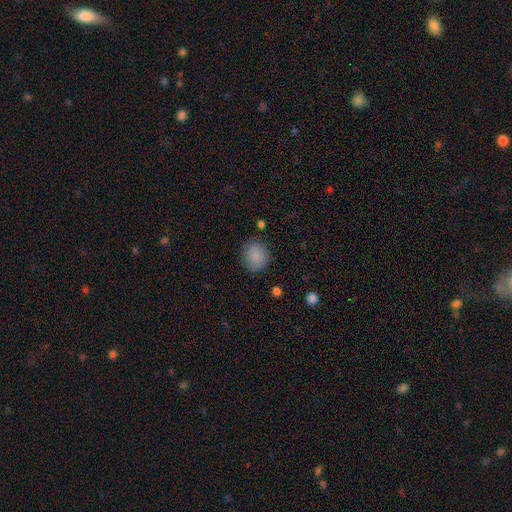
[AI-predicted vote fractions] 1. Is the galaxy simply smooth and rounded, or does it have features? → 86% smooth, 8% star or artifact, 6% featured or disk.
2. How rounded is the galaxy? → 70% round, 29% in between, 1% cigar-shaped.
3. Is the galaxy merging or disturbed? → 82% none, 13% minor disturbance, 3% major disturbance, 2% merger.